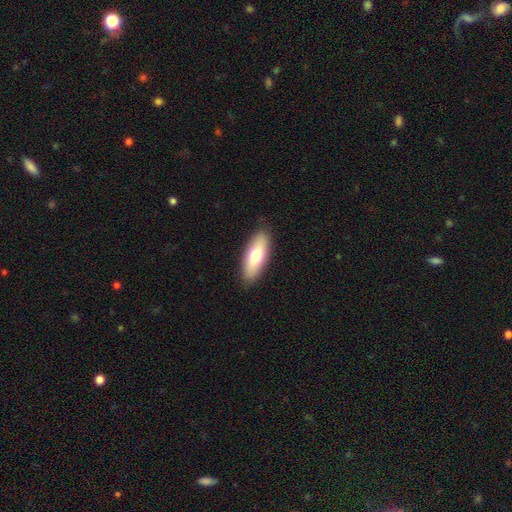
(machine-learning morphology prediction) Smooth or featured: smooth — 70% (featured or disk — 24%)
How rounded: in between — 70% (cigar-shaped — 28%)
Merging: none — 88% (minor disturbance — 9%)